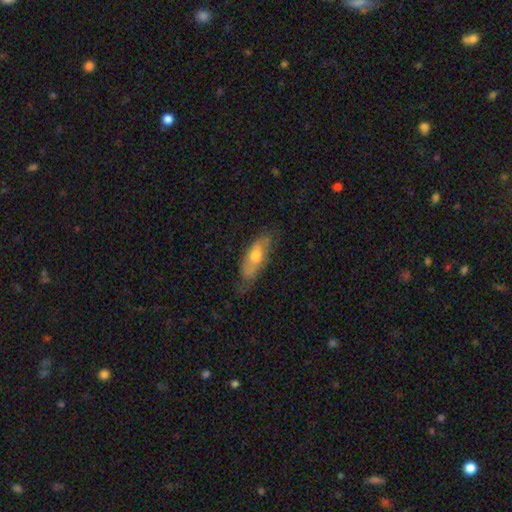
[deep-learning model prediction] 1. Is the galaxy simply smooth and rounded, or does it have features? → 49% smooth, 45% featured or disk, 6% star or artifact.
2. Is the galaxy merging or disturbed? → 62% none, 27% minor disturbance, 9% major disturbance, 2% merger.